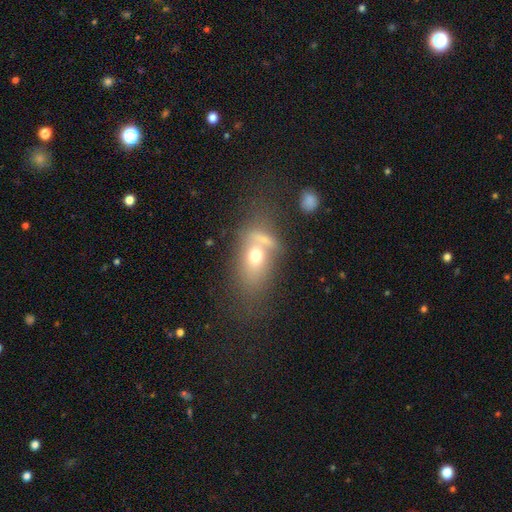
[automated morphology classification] A smooth galaxy with no disk features (61%) that is in between round and cigar-shaped (74%). Merging: merger (34%).